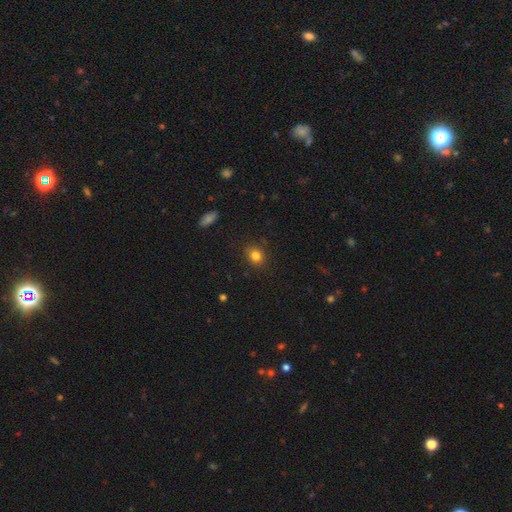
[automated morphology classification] smooth 82%, star or artifact 12%, featured or disk 6%. Down the decision tree: how rounded — round (67%); merging — none (87%).